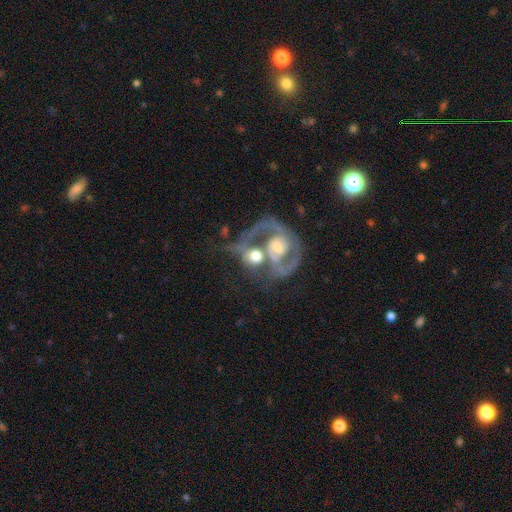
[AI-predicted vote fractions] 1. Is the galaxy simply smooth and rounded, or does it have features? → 81% featured or disk, 11% smooth, 8% star or artifact.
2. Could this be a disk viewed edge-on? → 97% no, 3% yes.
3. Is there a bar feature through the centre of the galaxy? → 48% no, 33% weak, 19% strong.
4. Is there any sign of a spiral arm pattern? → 75% yes, 25% no.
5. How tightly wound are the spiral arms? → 45% medium, 33% tight, 23% loose.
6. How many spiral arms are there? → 68% 2, 13% 1, 12% can't tell, 3% 3, 2% 4, 2% more than 4.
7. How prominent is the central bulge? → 61% moderate, 23% small, 10% large, 3% none, 2% dominant.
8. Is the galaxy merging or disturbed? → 40% merger, 33% none, 15% major disturbance, 13% minor disturbance.